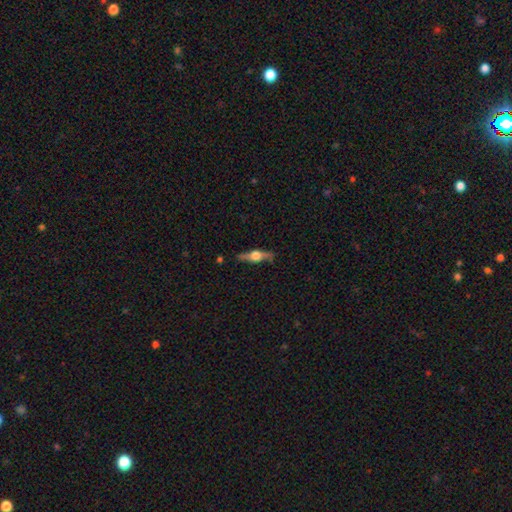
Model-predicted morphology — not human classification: Smooth or featured? Predicted: featured or disk (p=0.70). Edge-on disk? Predicted: yes (p=0.95). Edge-on bulge? Predicted: rounded (p=0.94). Merging? Predicted: none (p=0.84).